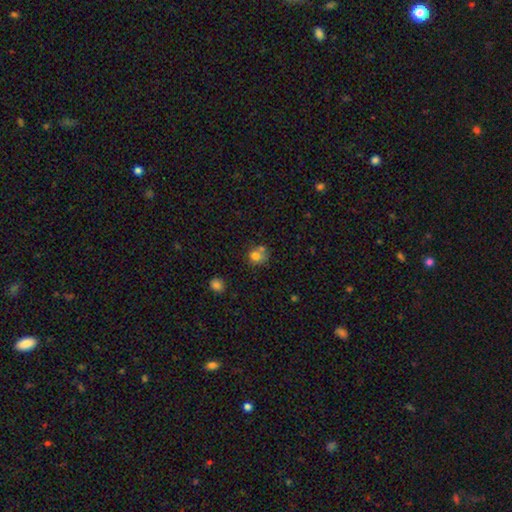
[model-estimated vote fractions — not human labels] smooth_or_featured: smooth (p=0.75) [alt: star or artifact p=0.12]
how_rounded: round (p=0.79) [alt: in between p=0.20]
merging: none (p=0.52) [alt: merger p=0.27]